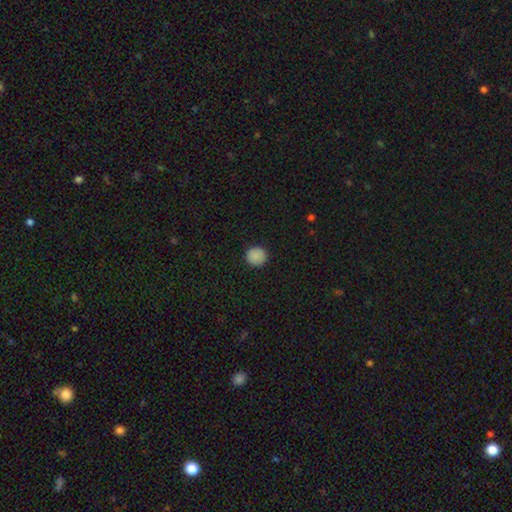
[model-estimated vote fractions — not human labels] The model was most divided on "smooth or featured": smooth: 88%, star or artifact: 9%, featured or disk: 3%. More confident: how rounded — round (92%); merging — none (91%).